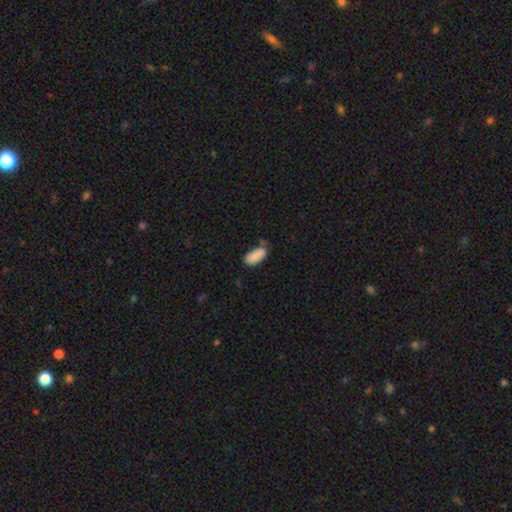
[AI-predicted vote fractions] Q: Smooth or featured?
A: smooth (88%); runner-up: star or artifact (7%)
Q: How rounded?
A: in between (90%); runner-up: cigar-shaped (7%)
Q: Merging?
A: none (61%); runner-up: minor disturbance (26%)